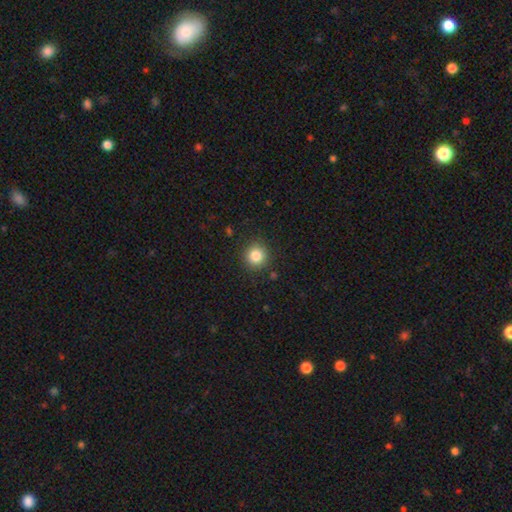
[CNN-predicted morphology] The model was most divided on "smooth or featured": smooth: 84%, star or artifact: 11%, featured or disk: 6%. More confident: how rounded — round (92%); merging — none (89%).